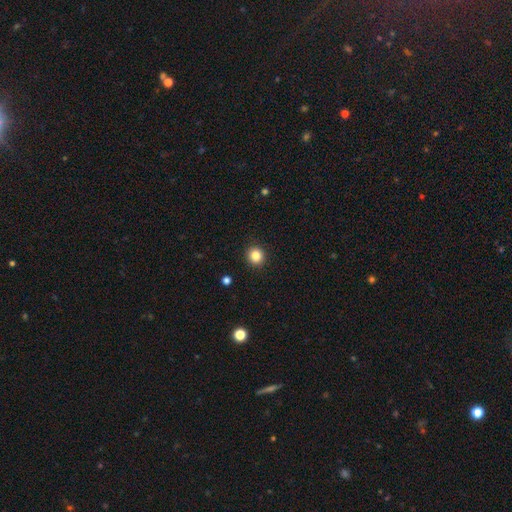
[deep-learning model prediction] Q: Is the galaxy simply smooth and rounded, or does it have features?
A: smooth — 84%.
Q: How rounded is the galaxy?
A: round — 93%.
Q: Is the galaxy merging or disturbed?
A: none — 93%.